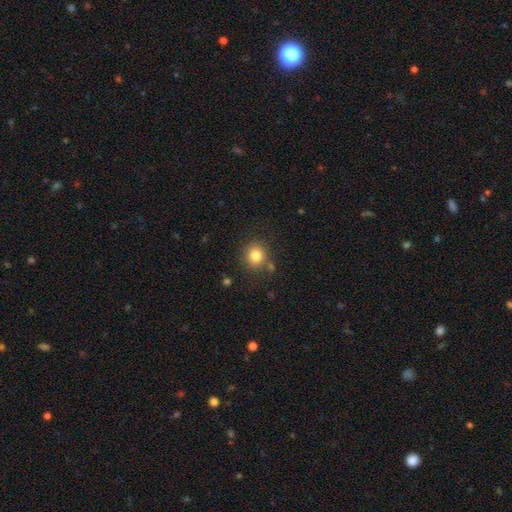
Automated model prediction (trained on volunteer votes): A smooth galaxy with no disk features (81%) that is round (83%).

Vote fractions:
- Smooth or featured? smooth: 81% / star or artifact: 12% / featured or disk: 7%
- How rounded? round: 83% / in between: 16% / cigar-shaped: 1%
- Merging? none: 80% / minor disturbance: 11% / merger: 5% / major disturbance: 4%